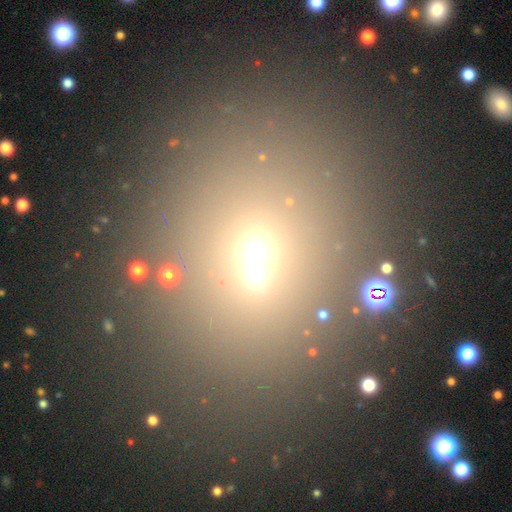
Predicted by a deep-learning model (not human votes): Smooth or featured?
  - smooth: 52% *
  - star or artifact: 35%
  - featured or disk: 13%
How rounded?
  - round: 68% *
  - in between: 30%
  - cigar-shaped: 2%
Merging?
  - none: 64% *
  - merger: 20%
  - minor disturbance: 10%
  - major disturbance: 6%